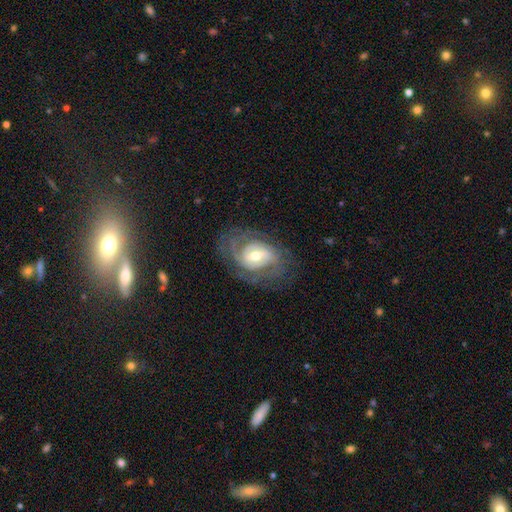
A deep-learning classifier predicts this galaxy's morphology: Smooth or featured? Predicted: featured or disk (p=0.84). Edge-on disk? Predicted: no (p=0.96). Bar? Predicted: weak (p=0.50). Spiral arms? Predicted: yes (p=0.92). Spiral winding? Predicted: tight (p=0.54). Spiral arm count? Predicted: 2 (p=0.40). Bulge size? Predicted: moderate (p=0.65). Merging? Predicted: none (p=0.69).